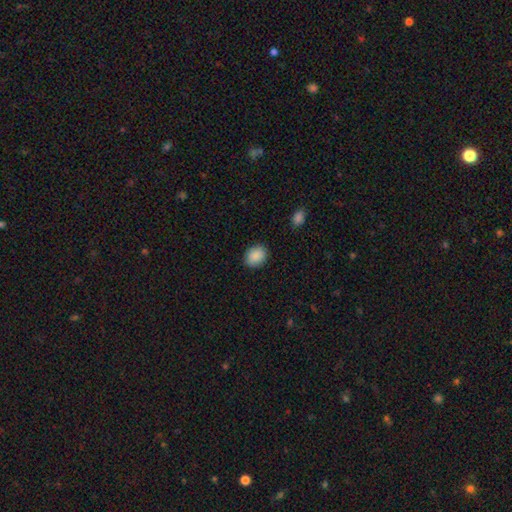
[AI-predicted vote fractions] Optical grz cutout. It shows a smooth galaxy with no disk features (90%) that is in between round and cigar-shaped (60%). Merging: none (88%).